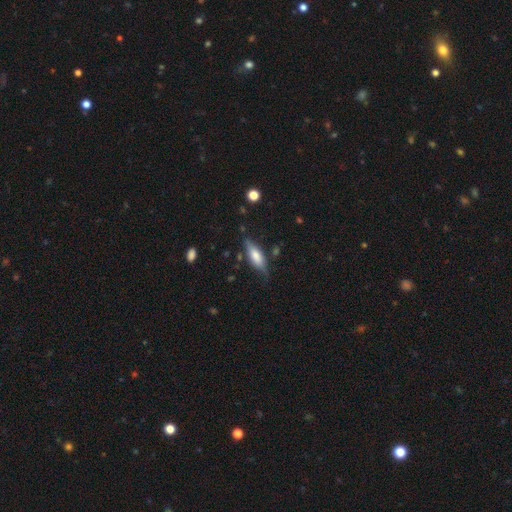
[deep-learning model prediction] Q: Smooth or featured?
A: smooth (63%); runner-up: featured or disk (31%)
Q: How rounded?
A: in between (57%); runner-up: cigar-shaped (41%)
Q: Merging?
A: none (71%); runner-up: minor disturbance (21%)